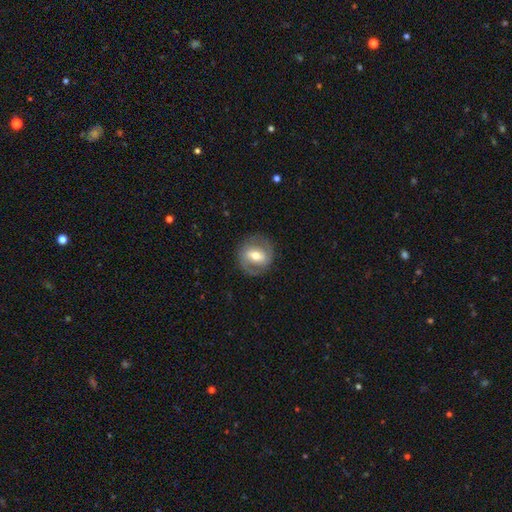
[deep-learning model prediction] A featured or disk galaxy (63%) with a weak bar (42%), spiral arms (70%) and a moderate central bulge (69%).

Vote fractions:
- Smooth or featured? featured or disk: 63% / smooth: 30% / star or artifact: 6%
- Edge-on disk? no: 95% / yes: 5%
- Bar? weak: 42% / strong: 38% / no: 20%
- Spiral arms? yes: 70% / no: 30%
- Bulge size? moderate: 69% / small: 18% / large: 11% / dominant: 1% / none: 1%
- Merging? none: 81% / minor disturbance: 12% / major disturbance: 6% / merger: 1%